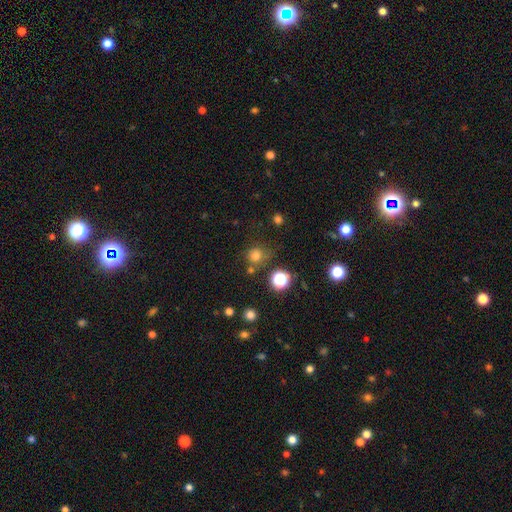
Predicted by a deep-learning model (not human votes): Smooth or featured?
  - smooth: 73% *
  - star or artifact: 21%
  - featured or disk: 7%
How rounded?
  - round: 87% *
  - in between: 12%
  - cigar-shaped: 1%
Merging?
  - none: 70% *
  - minor disturbance: 15%
  - merger: 8%
  - major disturbance: 6%